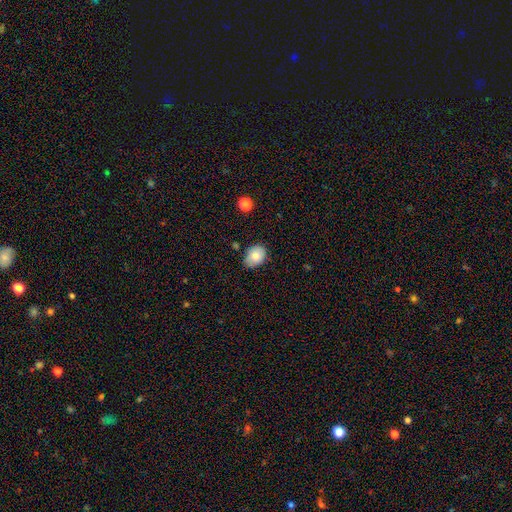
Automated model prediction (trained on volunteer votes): Morphology: type=smooth (78%); roundness=in between (69%); merging=none (73%).